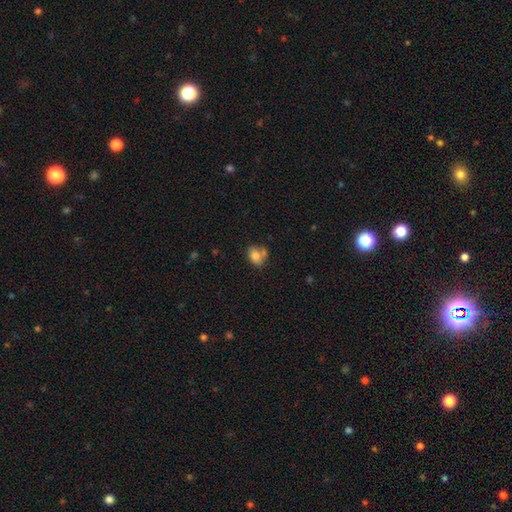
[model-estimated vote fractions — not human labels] smooth-or-featured: smooth: 79% | featured or disk: 12% | star or artifact: 9%
  how-rounded: in between: 66% | round: 33% | cigar-shaped: 1%
  merging: none: 45% | merger: 29% | minor disturbance: 19% | major disturbance: 7%